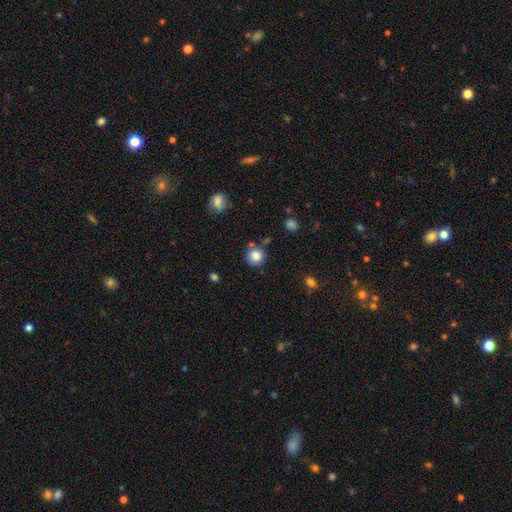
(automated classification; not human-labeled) This is clearly a smooth galaxy (83%). How rounded: clearly round (92%). Merging: clearly none (80%).